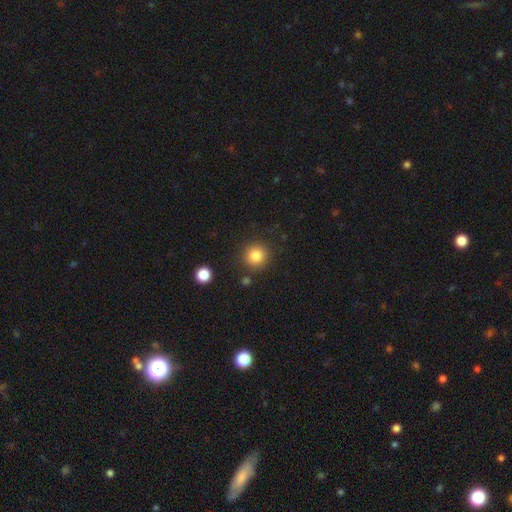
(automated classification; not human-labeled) This is clearly a smooth galaxy (85%). How rounded: clearly round (93%). Merging: clearly none (86%).